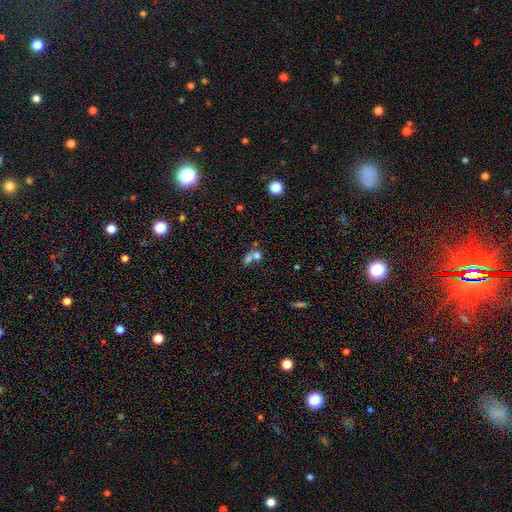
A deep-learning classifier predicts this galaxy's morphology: Smooth or featured? smooth (66%)
How rounded? round (59%)
Merging? merger (65%)